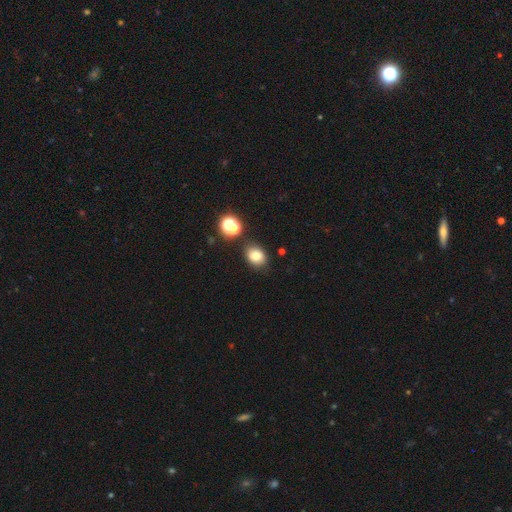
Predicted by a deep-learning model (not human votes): smooth_or_featured: smooth (p=0.78) [alt: star or artifact p=0.14]
how_rounded: in between (p=0.55) [alt: round p=0.44]
merging: none (p=0.81) [alt: minor disturbance p=0.11]